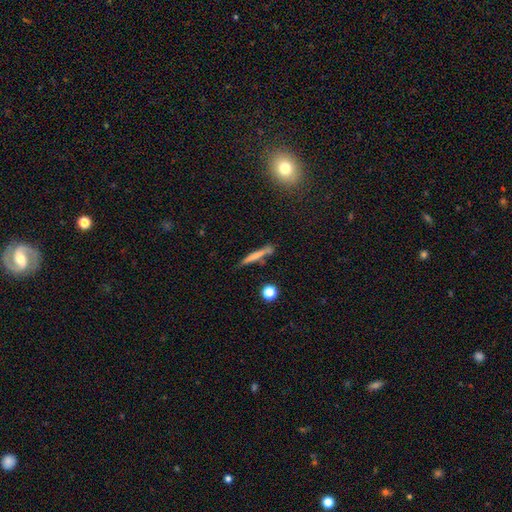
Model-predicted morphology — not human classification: This is likely a smooth galaxy (61%). How rounded: clearly cigar-shaped (92%). Merging: likely none (71%).